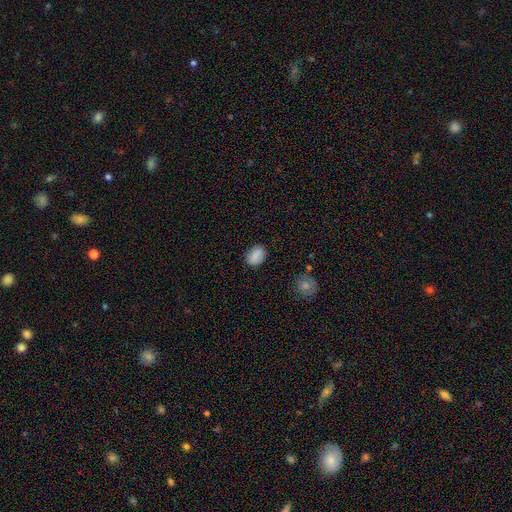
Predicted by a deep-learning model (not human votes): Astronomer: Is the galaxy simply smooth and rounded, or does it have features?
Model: smooth — 86%.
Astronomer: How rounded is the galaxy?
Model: in between — 78%.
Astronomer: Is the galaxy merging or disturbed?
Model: none — 82%.